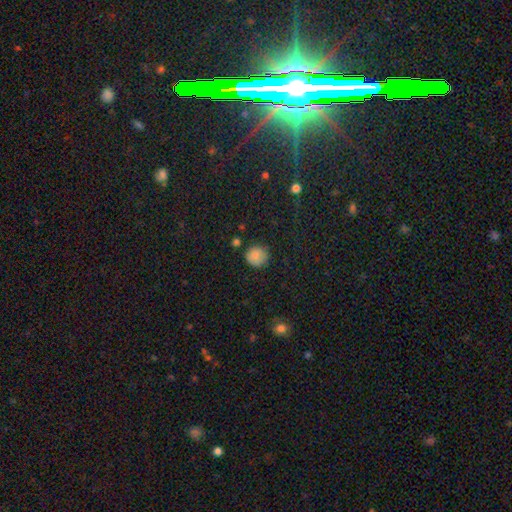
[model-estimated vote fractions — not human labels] This appears to be a smooth galaxy with no disk features (84%) that is round (92%). Merging: none (81%).